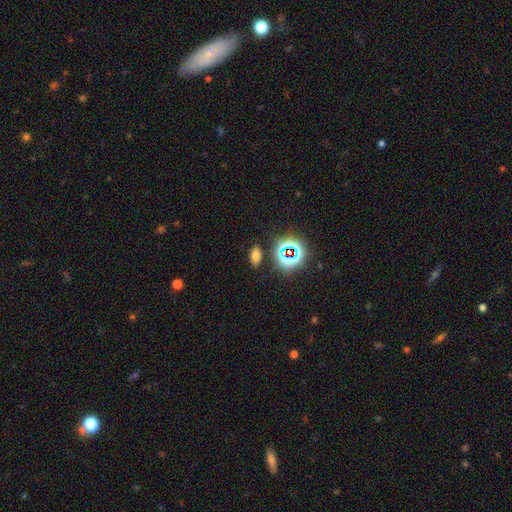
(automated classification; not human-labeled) smooth 63%, star or artifact 27%, featured or disk 9%. Down the decision tree: how rounded — in between (83%); merging — none (85%).